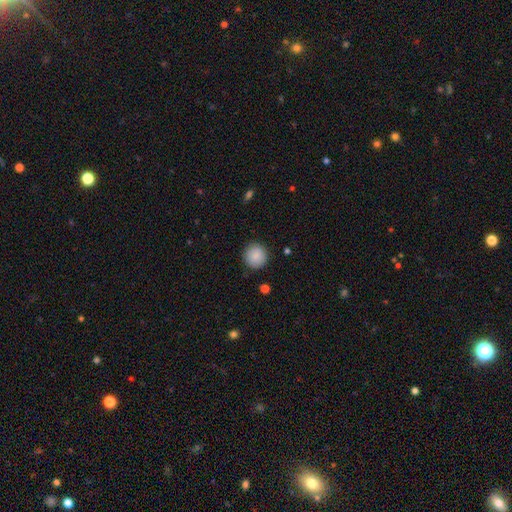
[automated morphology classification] smooth-or-featured: smooth: 88% | star or artifact: 8% | featured or disk: 4%
  how-rounded: round: 94% | in between: 5% | cigar-shaped: 1%
  merging: none: 91% | minor disturbance: 6% | major disturbance: 2% | merger: 1%